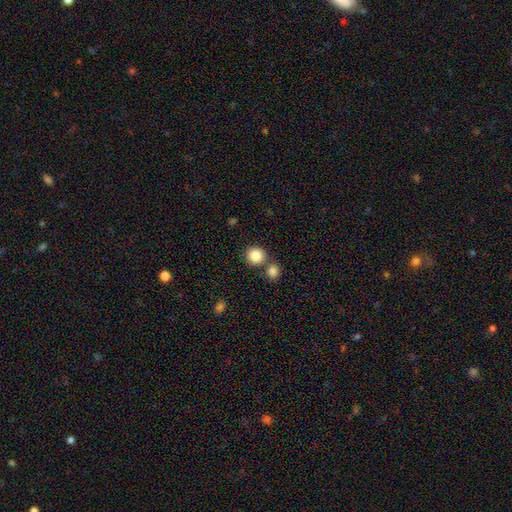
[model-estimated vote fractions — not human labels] Smooth or featured?
  - smooth: 86% *
  - star or artifact: 9%
  - featured or disk: 5%
How rounded?
  - round: 91% *
  - in between: 8%
  - cigar-shaped: 1%
Merging?
  - none: 68% *
  - merger: 21%
  - minor disturbance: 8%
  - major disturbance: 3%